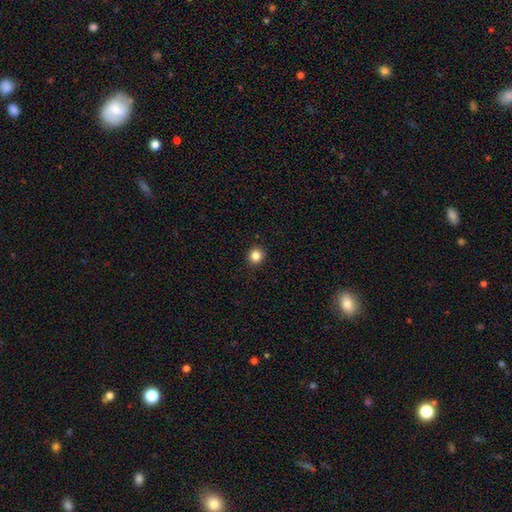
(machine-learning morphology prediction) smooth 84%, star or artifact 12%, featured or disk 4%. Down the decision tree: how rounded — round (90%); merging — none (90%).